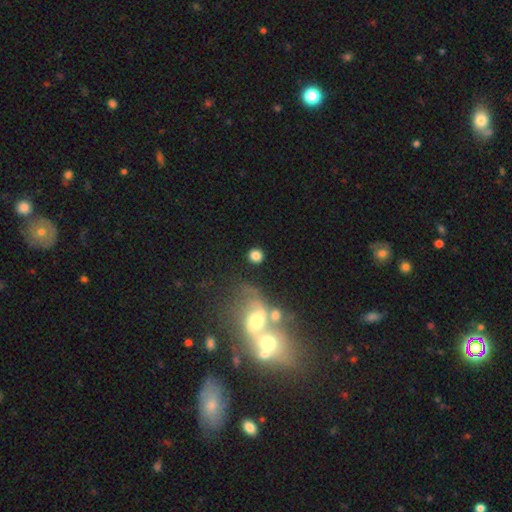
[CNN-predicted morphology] smooth 81%, star or artifact 10%, featured or disk 9%. Down the decision tree: how rounded — round (86%); merging — none (79%).